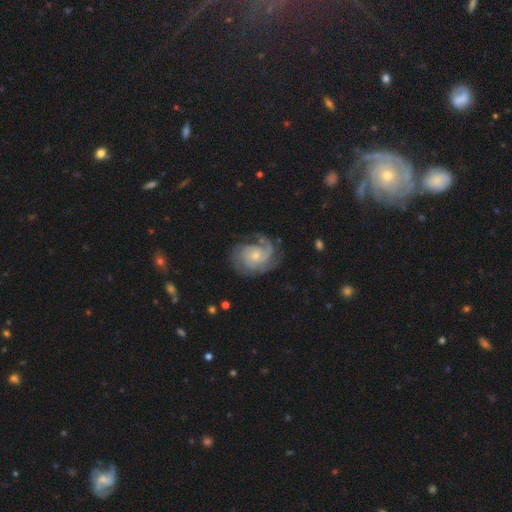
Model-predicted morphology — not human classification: Overall: featured or disk (84%). Edge-on disk: no (98%). Bar: no (74%). Spiral arms: yes (96%). Spiral arm count: 2 (32%; 3 24%). Spiral winding: tight (48%; medium 38%). Bulge size: small (65%; moderate 30%). Merging: none (64%).